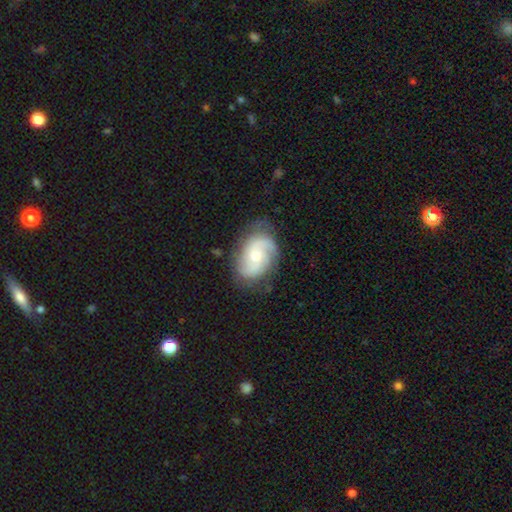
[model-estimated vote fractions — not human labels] Smooth or featured?
  - featured or disk: 80% *
  - smooth: 14%
  - star or artifact: 6%
Edge-on disk?
  - no: 97% *
  - yes: 3%
Bar?
  - no: 64% *
  - weak: 31%
  - strong: 5%
Spiral arms?
  - yes: 95% *
  - no: 5%
Spiral winding?
  - medium: 44% *
  - tight: 38%
  - loose: 18%
Spiral arm count?
  - 2: 58% *
  - 3: 18%
  - can't tell: 14%
  - 1: 5%
  - 4: 3%
  - more than 4: 2%
Bulge size?
  - moderate: 54% *
  - small: 40%
  - large: 3%
  - none: 1%
  - dominant: 1%
Merging?
  - none: 73% *
  - minor disturbance: 19%
  - major disturbance: 7%
  - merger: 1%